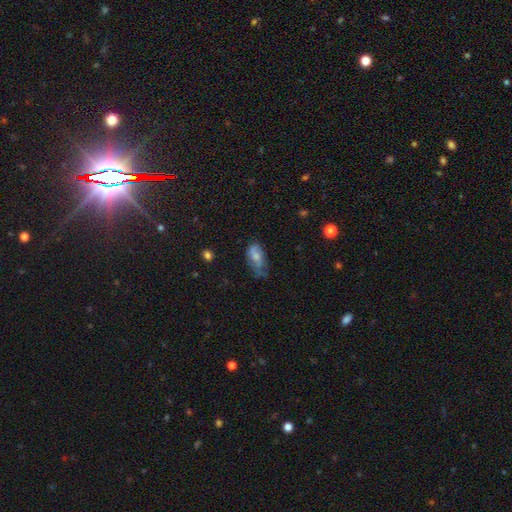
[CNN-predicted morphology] smooth-or-featured: smooth: 59% | featured or disk: 32% | star or artifact: 9%
  how-rounded: in between: 89% | cigar-shaped: 7% | round: 5%
  merging: minor disturbance: 38% | none: 36% | major disturbance: 22% | merger: 4%